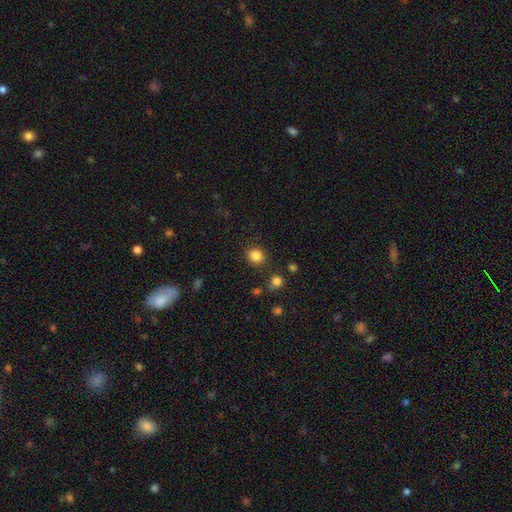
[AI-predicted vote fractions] Smooth or featured?
  - smooth: 85% *
  - star or artifact: 11%
  - featured or disk: 4%
How rounded?
  - round: 81% *
  - in between: 18%
  - cigar-shaped: 1%
Merging?
  - none: 85% *
  - minor disturbance: 9%
  - merger: 3%
  - major disturbance: 3%